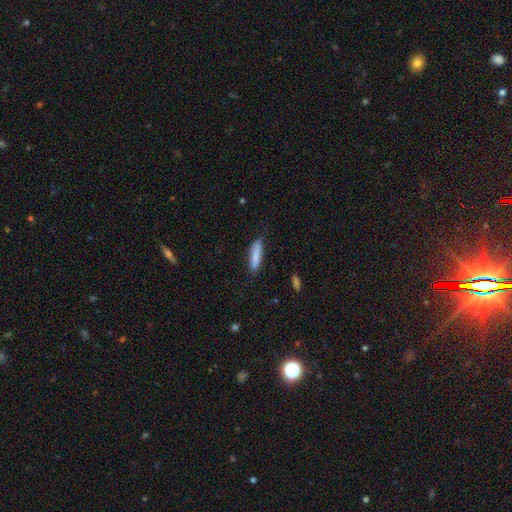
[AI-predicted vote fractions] smooth 83%, featured or disk 11%, star or artifact 6%. Down the decision tree: how rounded — cigar-shaped (69%); merging — none (79%).